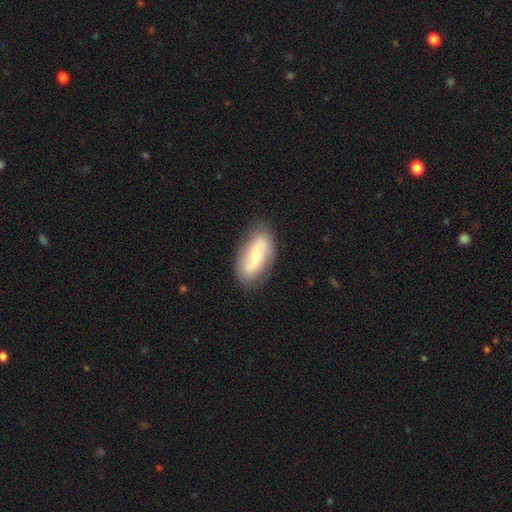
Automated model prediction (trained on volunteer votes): Smooth or featured: featured or disk — 53% (smooth — 40%)
Edge-on disk: no — 92% (yes — 8%)
Merging: none — 82% (minor disturbance — 13%)